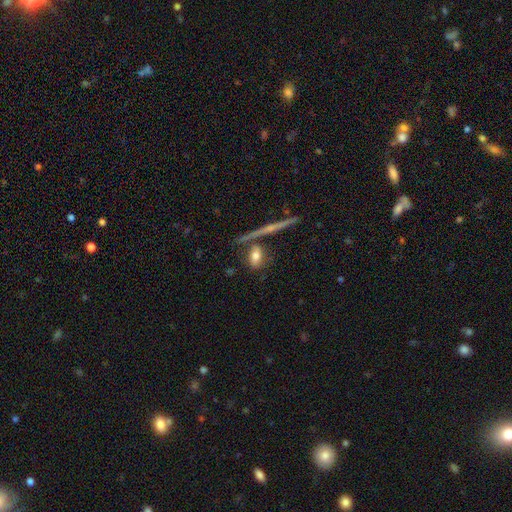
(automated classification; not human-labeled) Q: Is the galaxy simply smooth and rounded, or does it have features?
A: smooth — 68%.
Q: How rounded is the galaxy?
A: in between — 71%.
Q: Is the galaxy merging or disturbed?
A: none — 65%.